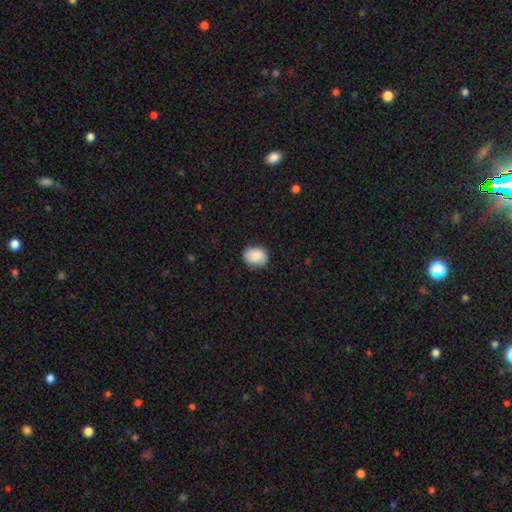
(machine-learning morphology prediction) Smooth or featured?
  - smooth: 84% *
  - featured or disk: 9%
  - star or artifact: 7%
How rounded?
  - round: 54% *
  - in between: 45%
  - cigar-shaped: 1%
Merging?
  - none: 76% *
  - minor disturbance: 19%
  - major disturbance: 4%
  - merger: 1%